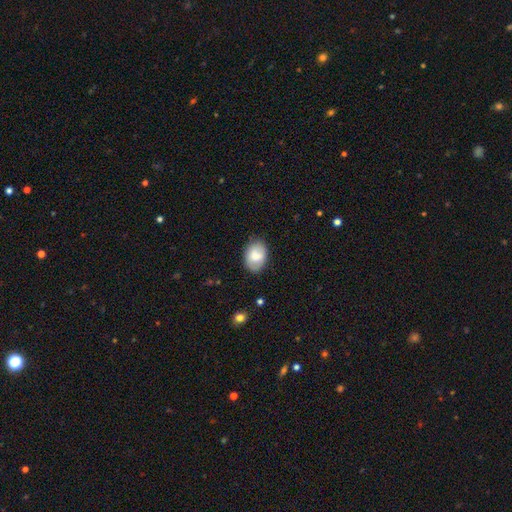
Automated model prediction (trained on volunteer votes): Smooth or featured: smooth — 78% (featured or disk — 15%)
How rounded: in between — 82% (round — 17%)
Merging: none — 77% (minor disturbance — 18%)